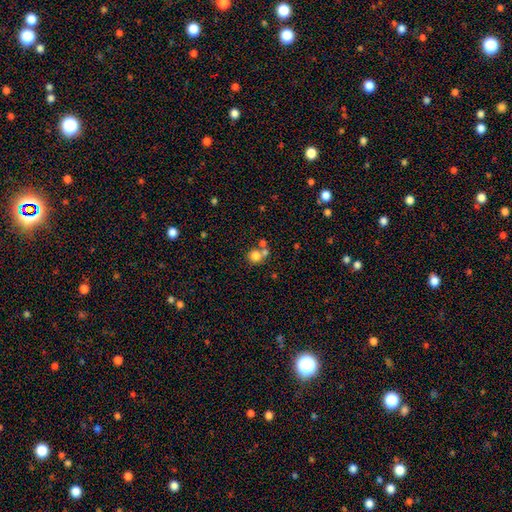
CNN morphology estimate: This appears to be a smooth galaxy with no disk features (77%) that is round (88%). Merging: none (52%).